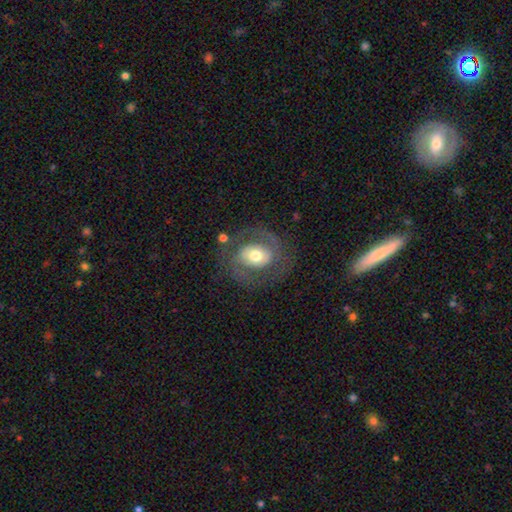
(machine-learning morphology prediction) type=featured or disk (62%); edge-on=no (96%); bar=no (61%); spiral arms=yes (64%); bulge=moderate (66%); merging=none (71%).